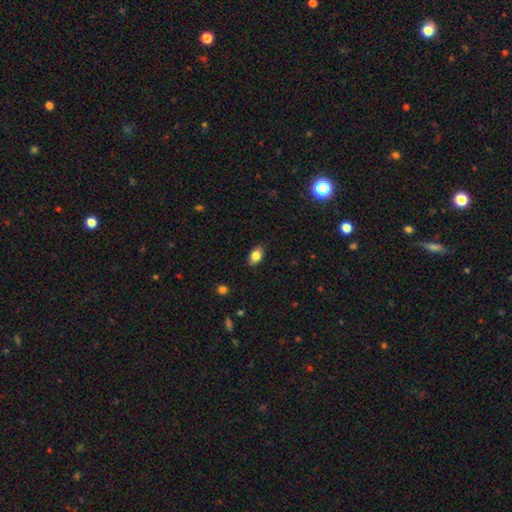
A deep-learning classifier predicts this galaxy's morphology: Overall: smooth (83%). How rounded: in between (87%). Merging: none (85%).